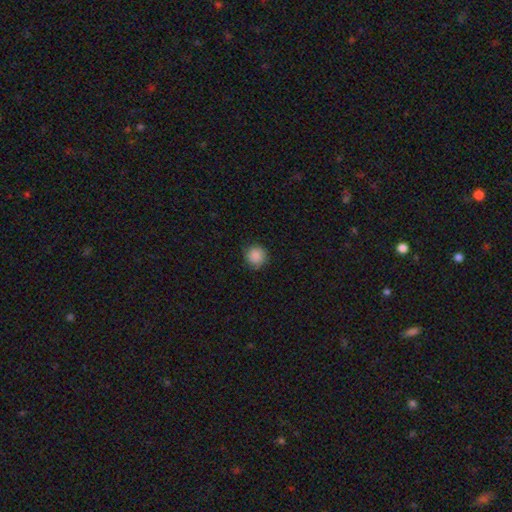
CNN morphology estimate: Q: Smooth or featured?
A: smooth (88%); runner-up: star or artifact (9%)
Q: How rounded?
A: round (93%); runner-up: in between (6%)
Q: Merging?
A: none (85%); runner-up: minor disturbance (11%)